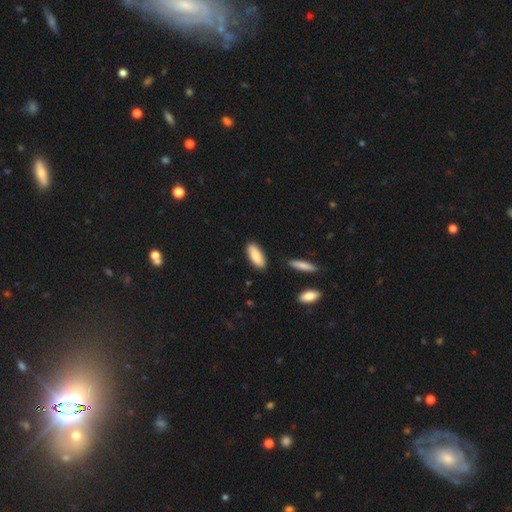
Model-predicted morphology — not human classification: type=smooth (80%); roundness=in between (70%); merging=none (86%).